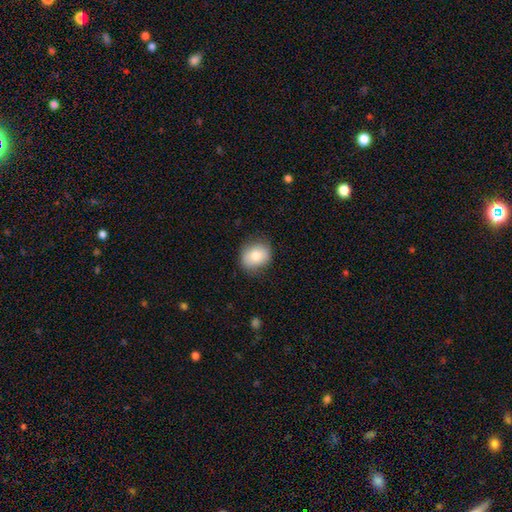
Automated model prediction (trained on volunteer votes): smooth_or_featured: smooth (p=0.80) [alt: featured or disk p=0.12]
how_rounded: round (p=0.63) [alt: in between p=0.36]
merging: none (p=0.81) [alt: minor disturbance p=0.15]